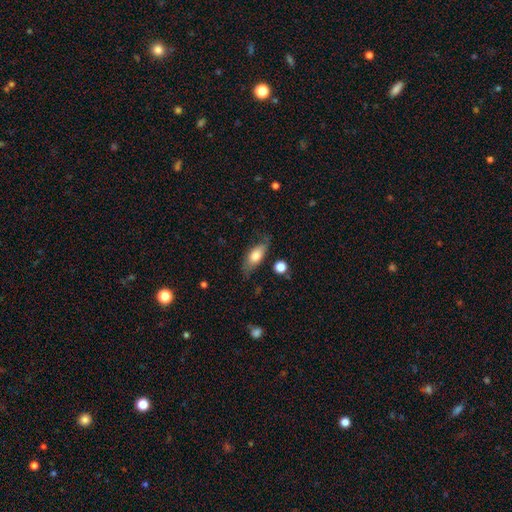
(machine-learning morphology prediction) Overall: smooth (70%). How rounded: in between (78%). Merging: none (67%).